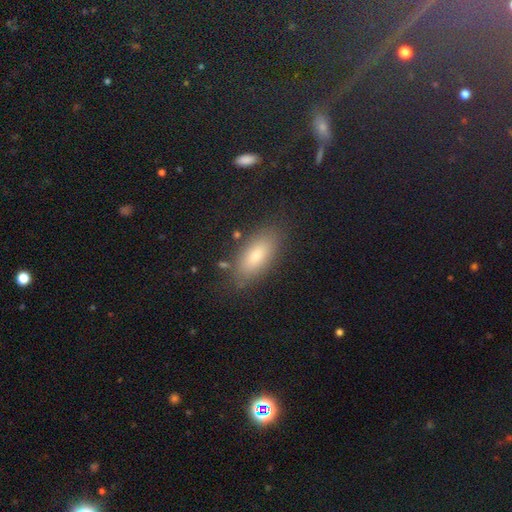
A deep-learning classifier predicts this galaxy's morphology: A smooth galaxy with no disk features (75%) that is in between round and cigar-shaped (83%). Merging: none (83%).